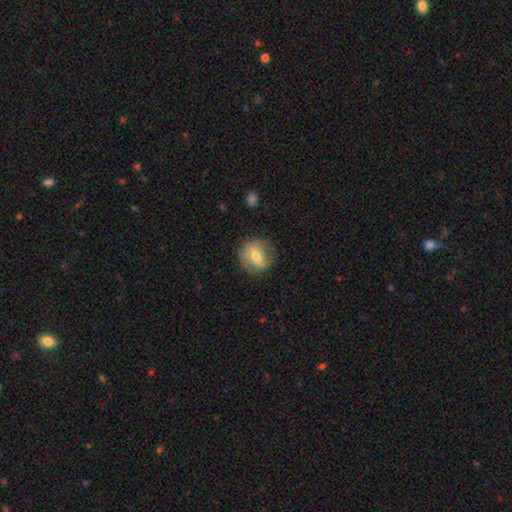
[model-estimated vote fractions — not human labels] Q: Smooth or featured?
A: featured or disk (53%); runner-up: smooth (39%)
Q: Edge-on disk?
A: no (96%); runner-up: yes (4%)
Q: Bar?
A: no (41%); runner-up: weak (40%)
Q: Spiral arms?
A: yes (78%); runner-up: no (22%)
Q: Bulge size?
A: moderate (58%); runner-up: small (37%)
Q: Merging?
A: none (74%); runner-up: minor disturbance (18%)